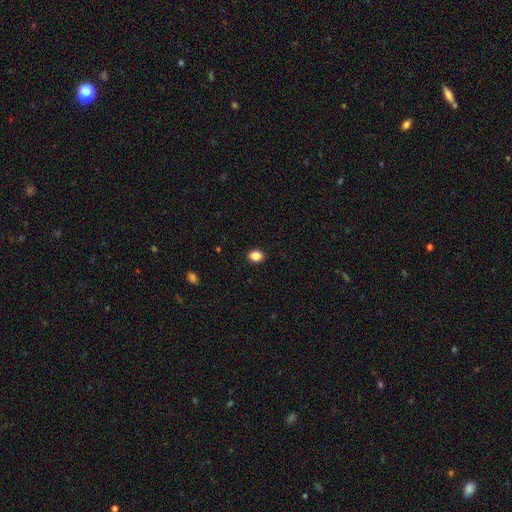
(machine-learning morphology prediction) smooth-or-featured: smooth: 86% | star or artifact: 10% | featured or disk: 4%
  how-rounded: in between: 54% | round: 45% | cigar-shaped: 1%
  merging: none: 90% | minor disturbance: 7% | major disturbance: 2% | merger: 1%